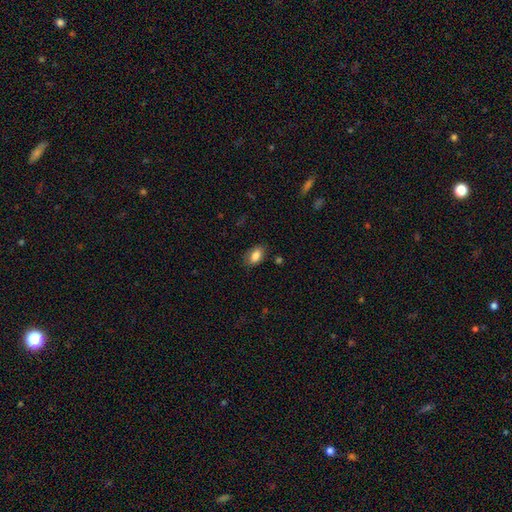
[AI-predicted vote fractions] smooth_or_featured: smooth (p=0.85) [alt: star or artifact p=0.08]
how_rounded: in between (p=0.90) [alt: round p=0.08]
merging: none (p=0.80) [alt: minor disturbance p=0.15]